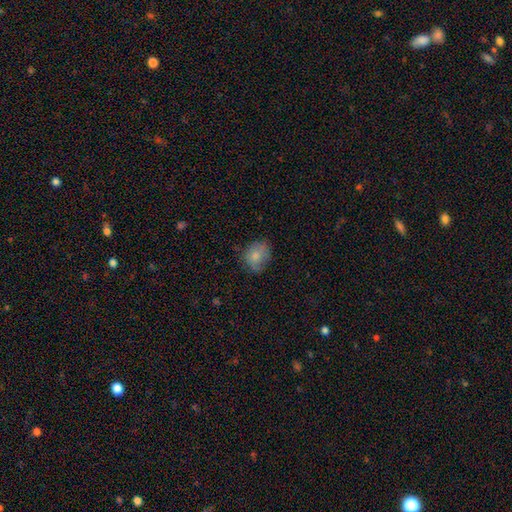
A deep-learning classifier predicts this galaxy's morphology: type=smooth (78%); roundness=round (55%); merging=none (62%).